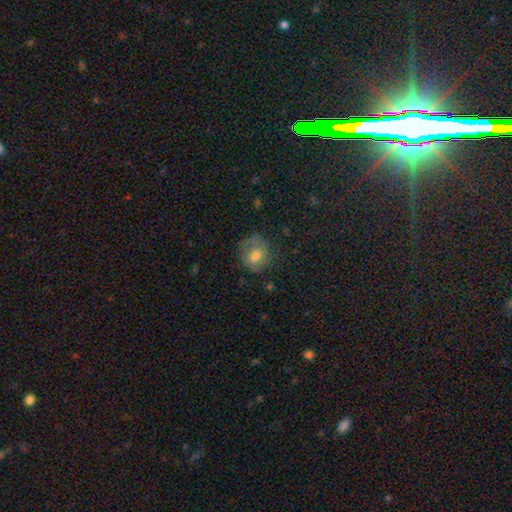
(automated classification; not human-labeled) Morphology: type=smooth (66%); roundness=round (75%); merging=none (63%).